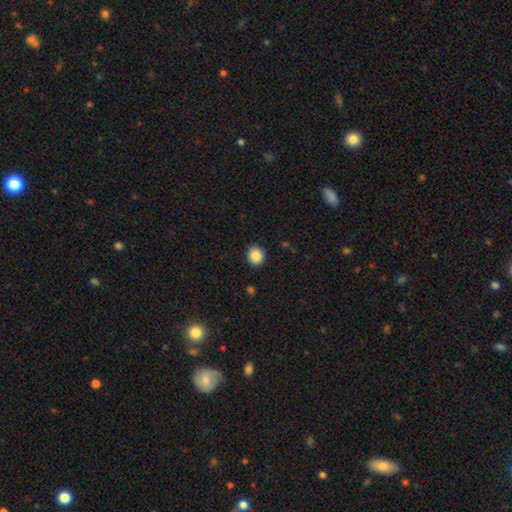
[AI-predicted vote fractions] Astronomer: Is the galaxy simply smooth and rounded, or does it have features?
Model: smooth — 88%.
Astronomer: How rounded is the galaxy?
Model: round — 81%.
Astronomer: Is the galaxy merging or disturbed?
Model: none — 90%.